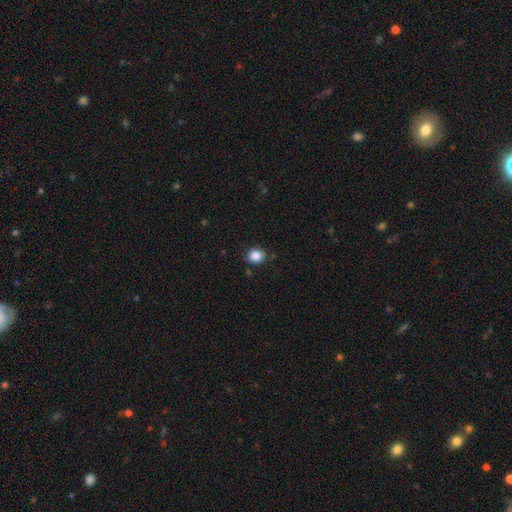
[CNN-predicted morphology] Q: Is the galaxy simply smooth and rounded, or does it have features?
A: smooth — 86%.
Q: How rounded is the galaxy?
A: round — 76%.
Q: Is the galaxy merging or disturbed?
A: none — 84%.